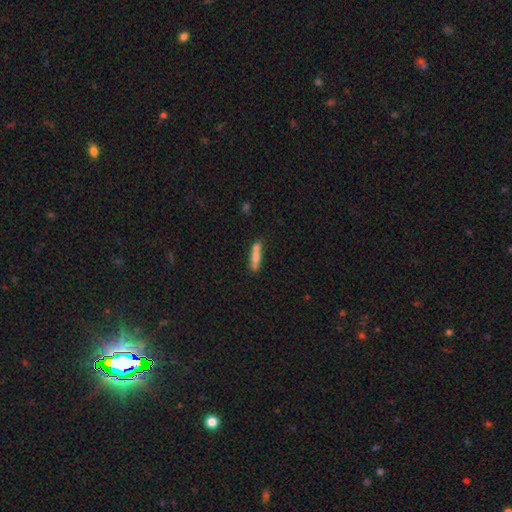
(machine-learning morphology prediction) This is likely a smooth galaxy (75%). How rounded: clearly cigar-shaped (82%). Merging: likely none (64%).